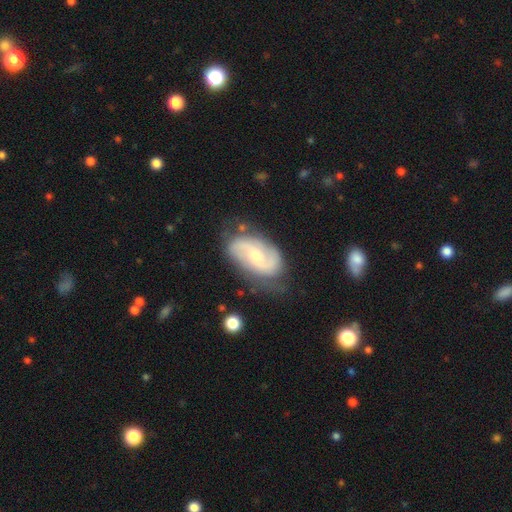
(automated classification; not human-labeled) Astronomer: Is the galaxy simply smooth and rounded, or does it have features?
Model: featured or disk — 80%.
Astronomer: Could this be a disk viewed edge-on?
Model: no — 97%.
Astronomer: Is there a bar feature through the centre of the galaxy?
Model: no — 45% (runner-up: weak, 44%).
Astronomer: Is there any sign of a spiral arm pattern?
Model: yes — 95%.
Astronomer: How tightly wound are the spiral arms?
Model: medium — 47% (runner-up: loose, 30%).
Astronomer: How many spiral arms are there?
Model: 2 — 86%.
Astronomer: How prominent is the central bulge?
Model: moderate — 48% (runner-up: small, 46%).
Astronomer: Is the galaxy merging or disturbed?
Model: none — 69%.